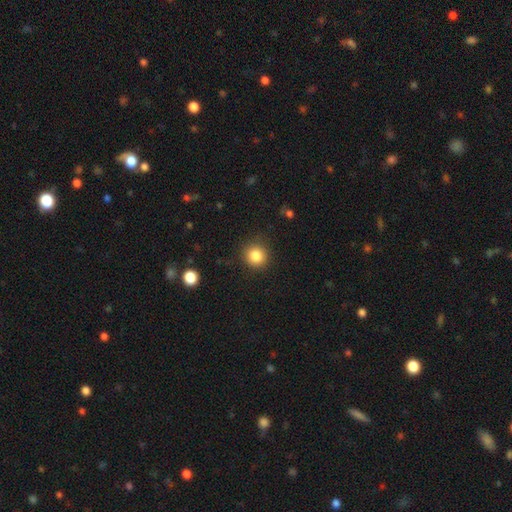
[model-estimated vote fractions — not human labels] Q: Smooth or featured?
A: smooth (85%); runner-up: star or artifact (11%)
Q: How rounded?
A: round (92%); runner-up: in between (7%)
Q: Merging?
A: none (89%); runner-up: minor disturbance (8%)